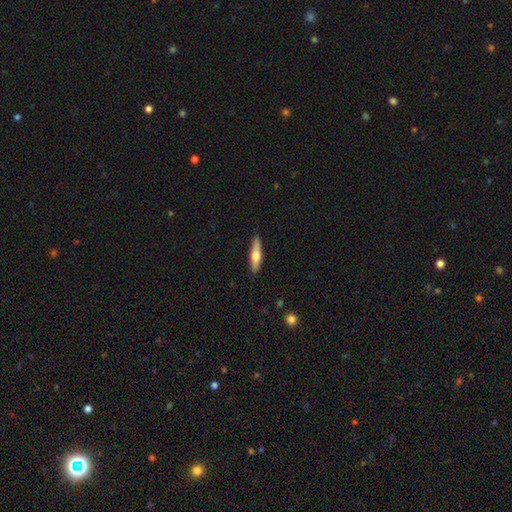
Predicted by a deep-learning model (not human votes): A smooth galaxy with no disk features (55%) that is cigar-shaped (74%). Merging: none (88%).